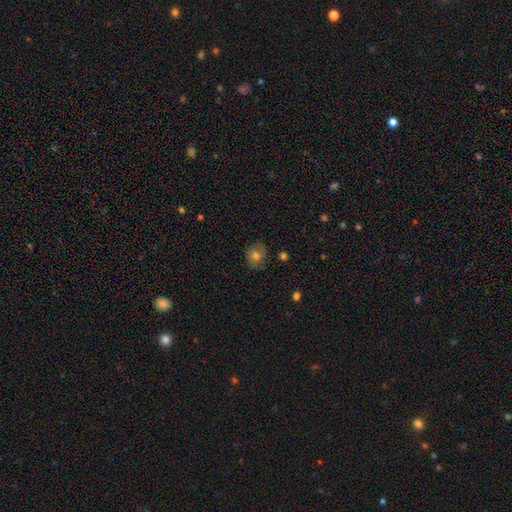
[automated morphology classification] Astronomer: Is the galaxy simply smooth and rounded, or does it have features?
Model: smooth — 70%.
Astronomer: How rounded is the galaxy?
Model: round — 78%.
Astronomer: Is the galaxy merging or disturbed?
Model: none — 79%.